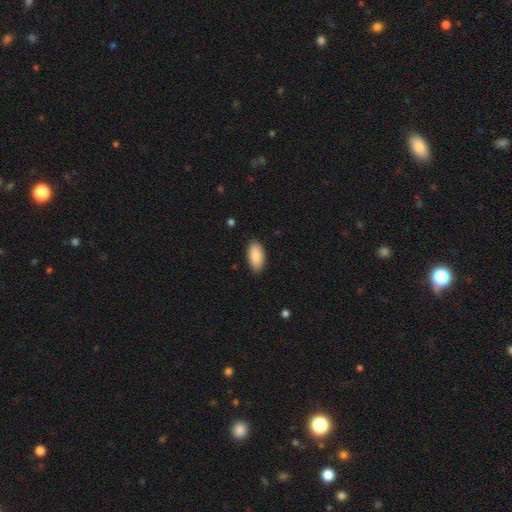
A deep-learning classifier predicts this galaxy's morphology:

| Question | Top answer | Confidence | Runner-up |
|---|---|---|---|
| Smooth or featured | smooth | 89% | star or artifact (6%) |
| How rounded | in between | 93% | cigar-shaped (5%) |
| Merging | none | 87% | minor disturbance (10%) |